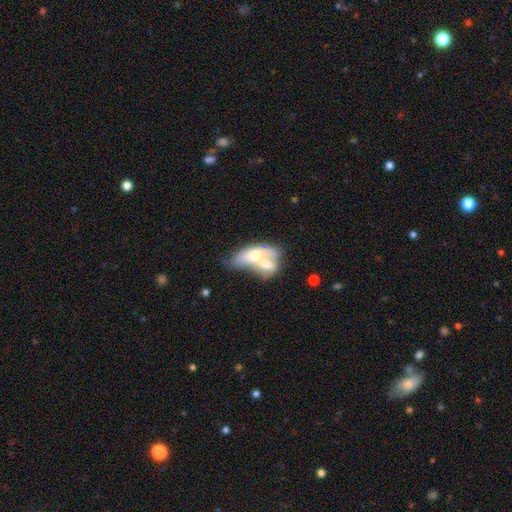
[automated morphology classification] Smooth or featured? smooth (58%)
How rounded? in between (82%)
Merging? merger (73%)